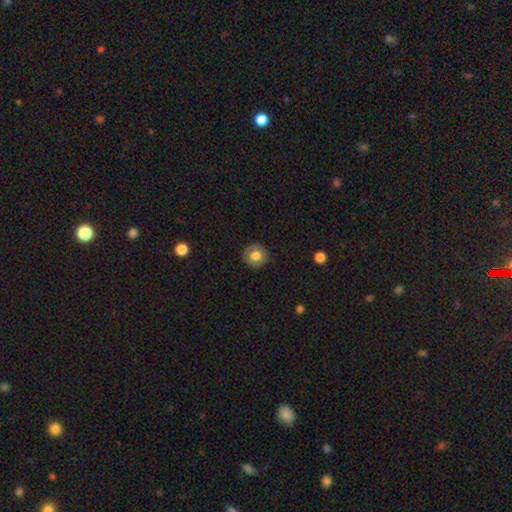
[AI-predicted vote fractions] Morphology: type=smooth (72%); roundness=round (90%); merging=none (86%).